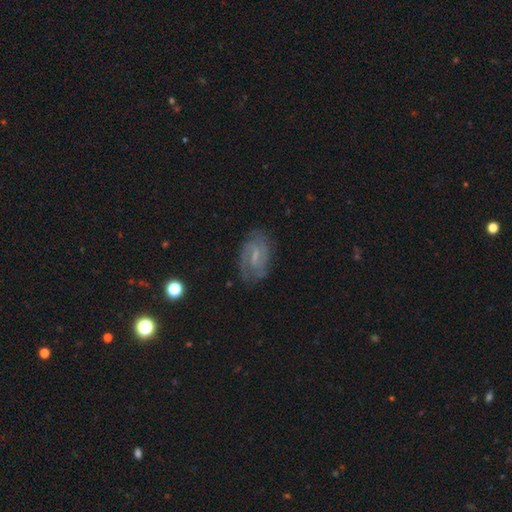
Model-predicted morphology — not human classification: This is likely a featured or disk galaxy (73%). It is clearly not viewed edge-on (96%). Bar: possibly weak (60%). Spiral arm pattern: clearly yes (90%). Spiral arm count: likely 2 (63%). Spiral winding: marginally medium (44%). Central bulge: possibly small (55%). Merging: likely none (74%).